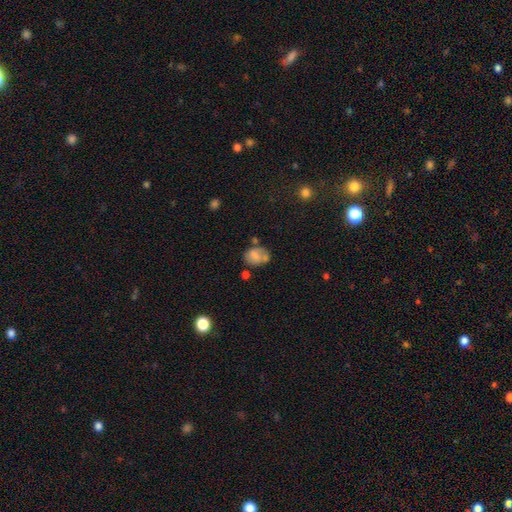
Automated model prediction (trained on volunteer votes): A smooth galaxy with no disk features (68%) that is in between round and cigar-shaped (62%). Merging: none (48%).